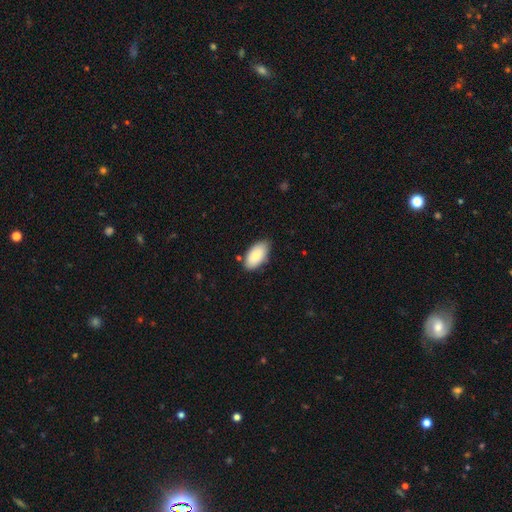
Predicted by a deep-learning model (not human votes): This appears to be a smooth galaxy with no disk features (84%) that is in between round and cigar-shaped (95%). Merging: none (78%).